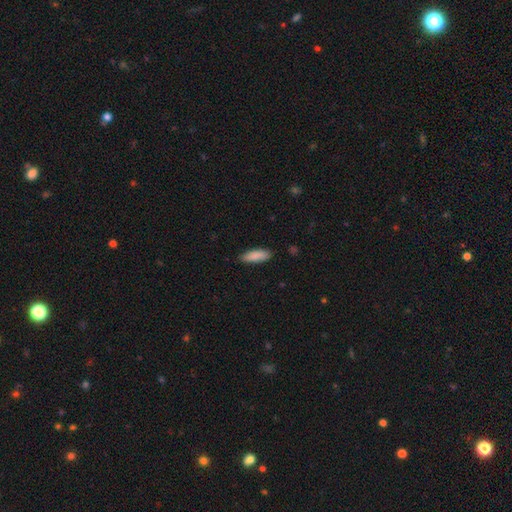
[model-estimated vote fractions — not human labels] Q: Smooth or featured?
A: smooth (89%); runner-up: star or artifact (6%)
Q: How rounded?
A: in between (63%); runner-up: cigar-shaped (36%)
Q: Merging?
A: none (83%); runner-up: minor disturbance (14%)